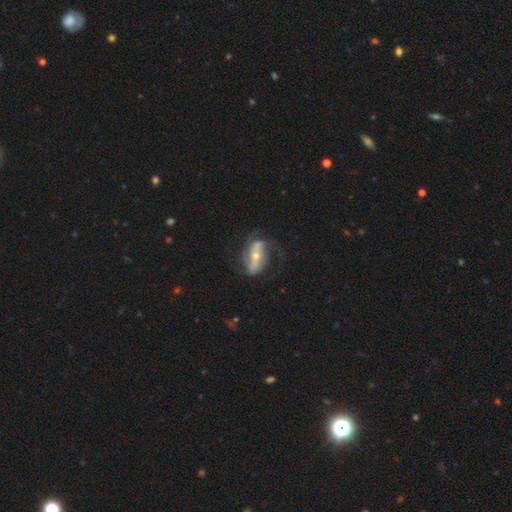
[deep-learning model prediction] Overall: featured or disk (82%). Edge-on disk: no (94%). Bar: strong (50%; weak 27%). Spiral arms: yes (91%). Spiral arm count: 2 (69%). Spiral winding: loose (41%; medium 40%). Bulge size: moderate (49%; small 46%). Merging: none (60%).